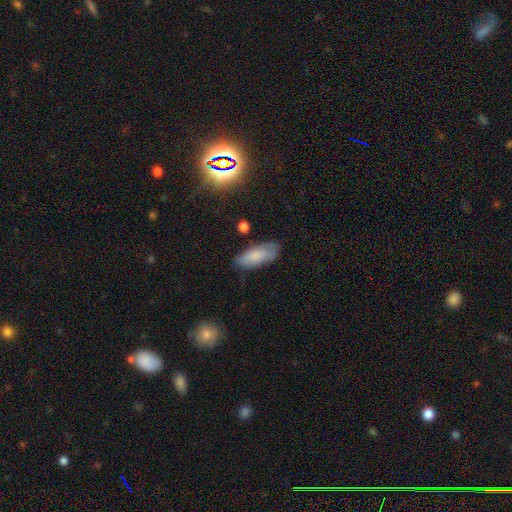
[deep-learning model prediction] Smooth or featured: smooth — 77% (featured or disk — 16%)
How rounded: in between — 78% (cigar-shaped — 20%)
Merging: none — 73% (minor disturbance — 20%)